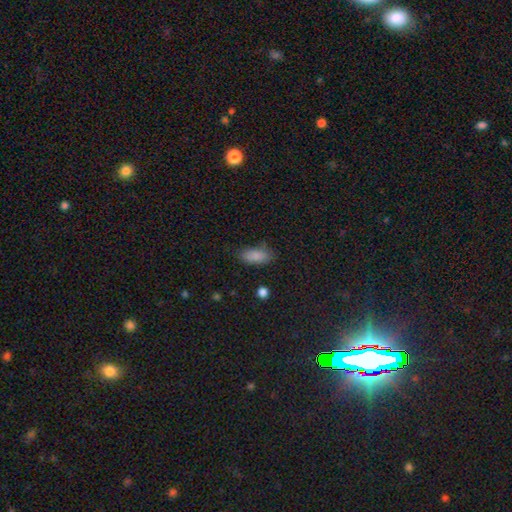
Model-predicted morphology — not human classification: type=smooth (86%); roundness=in between (88%); merging=none (77%).